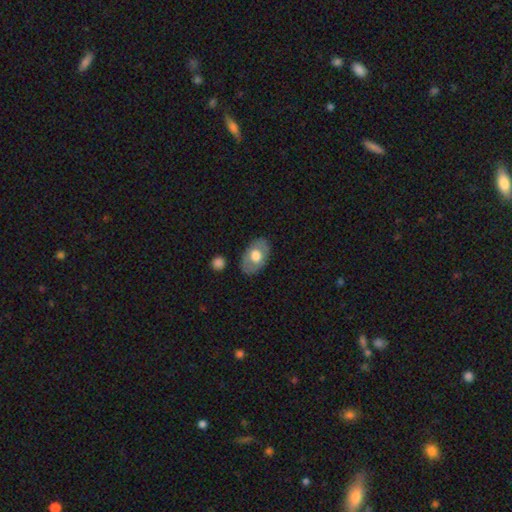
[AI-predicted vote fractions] smooth_or_featured: smooth (p=0.59) [alt: featured or disk p=0.35]
how_rounded: in between (p=0.88) [alt: round p=0.11]
merging: none (p=0.82) [alt: minor disturbance p=0.13]